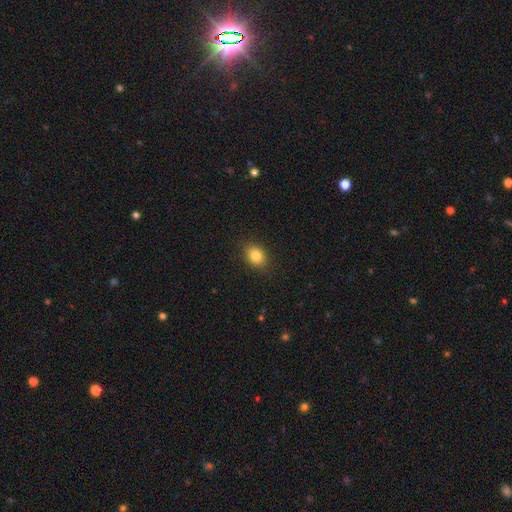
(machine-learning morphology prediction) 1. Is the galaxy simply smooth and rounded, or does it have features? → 84% smooth, 10% star or artifact, 7% featured or disk.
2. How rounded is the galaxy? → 62% in between, 37% round, 1% cigar-shaped.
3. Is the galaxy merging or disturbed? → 86% none, 10% minor disturbance, 3% major disturbance, 1% merger.